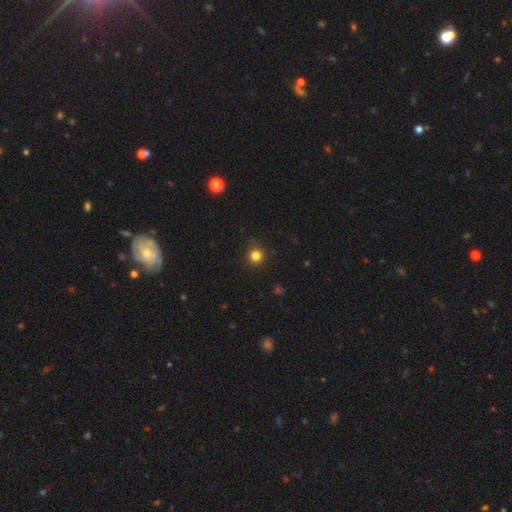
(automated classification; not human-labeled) Smooth or featured? smooth (82%)
How rounded? round (93%)
Merging? none (86%)